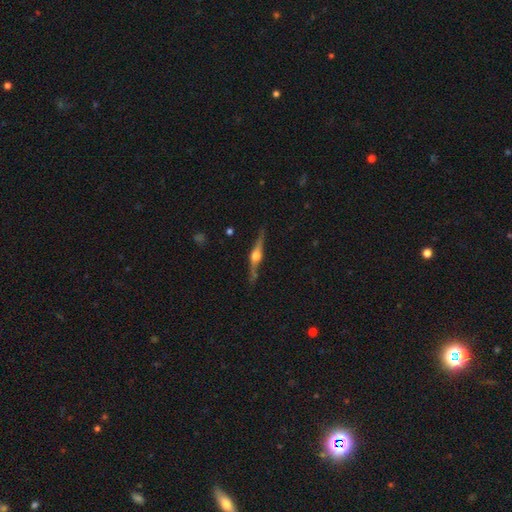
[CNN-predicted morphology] A featured or disk galaxy (81%) viewed edge-on (98%) with a rounded central bulge (93%).

Vote fractions:
- Smooth or featured? featured or disk: 81% / smooth: 13% / star or artifact: 6%
- Edge-on disk? yes: 98% / no: 2%
- Edge-on bulge? rounded: 93% / boxy: 6% / none: 2%
- Merging? none: 84% / minor disturbance: 11% / major disturbance: 2% / merger: 2%